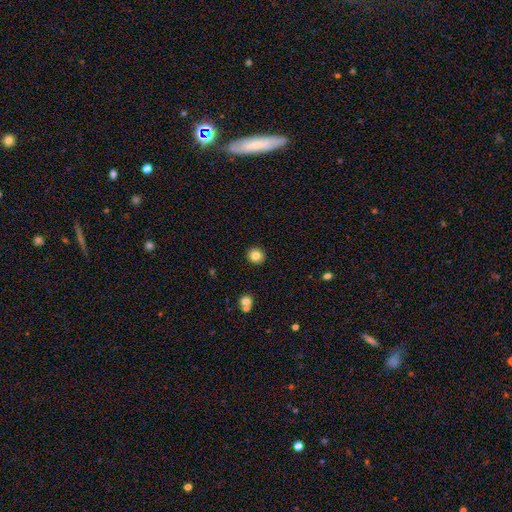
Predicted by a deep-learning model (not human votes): Smooth or featured?
  - smooth: 83% *
  - star or artifact: 10%
  - featured or disk: 7%
How rounded?
  - round: 89% *
  - in between: 10%
  - cigar-shaped: 1%
Merging?
  - none: 92% *
  - minor disturbance: 5%
  - major disturbance: 2%
  - merger: 1%